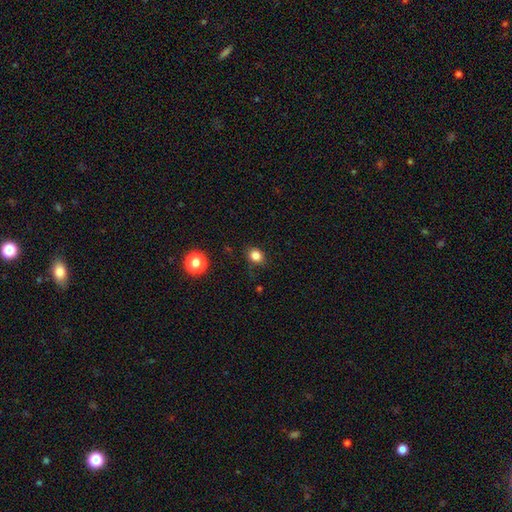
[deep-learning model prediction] Smooth or featured?
  - smooth: 82% *
  - star or artifact: 13%
  - featured or disk: 5%
How rounded?
  - round: 64% *
  - in between: 35%
  - cigar-shaped: 1%
Merging?
  - none: 82% *
  - minor disturbance: 13%
  - major disturbance: 4%
  - merger: 1%